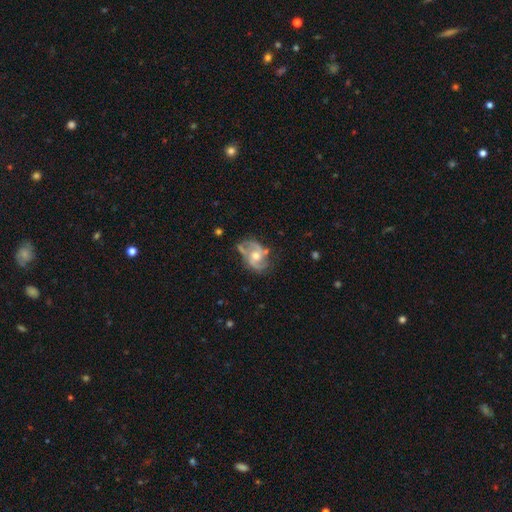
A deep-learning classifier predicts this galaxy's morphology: Smooth or featured? featured or disk (85%)
Edge-on disk? no (97%)
Bar? no (62%)
Spiral arms? yes (94%)
Spiral winding? medium (51%)
Spiral arm count? 2 (75%)
Bulge size? moderate (69%)
Merging? none (58%)